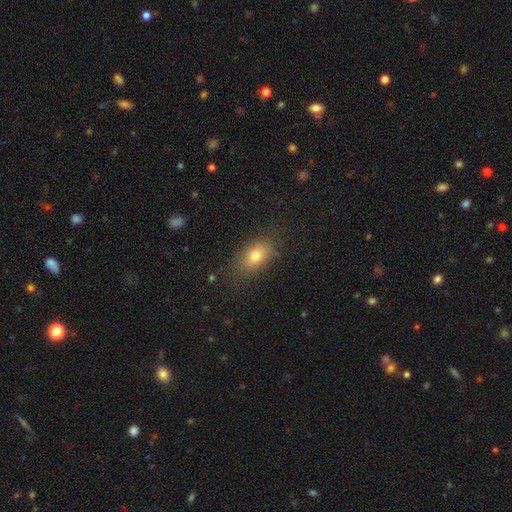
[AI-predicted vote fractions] Morphology: type=smooth (77%); roundness=in between (82%); merging=none (81%).